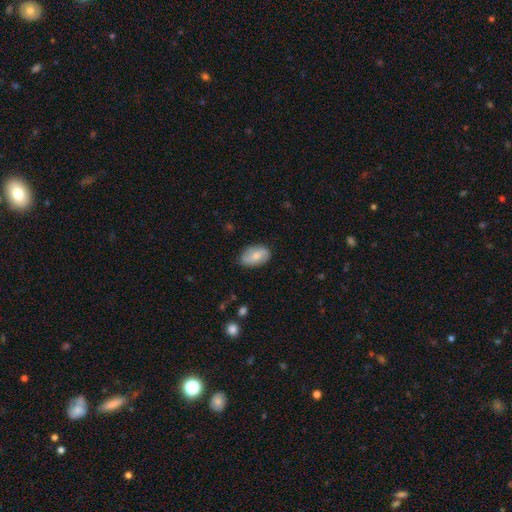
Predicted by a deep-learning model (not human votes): Smooth or featured?
  - smooth: 58% *
  - featured or disk: 35%
  - star or artifact: 7%
How rounded?
  - in between: 90% *
  - round: 8%
  - cigar-shaped: 2%
Merging?
  - none: 80% *
  - minor disturbance: 15%
  - major disturbance: 3%
  - merger: 1%